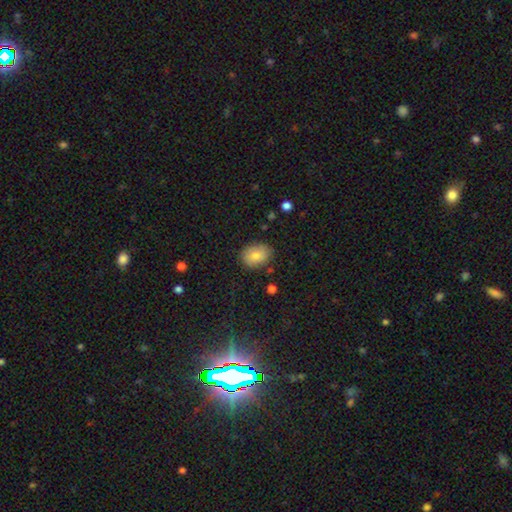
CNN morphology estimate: Smooth or featured? smooth (80%)
How rounded? in between (71%)
Merging? none (81%)